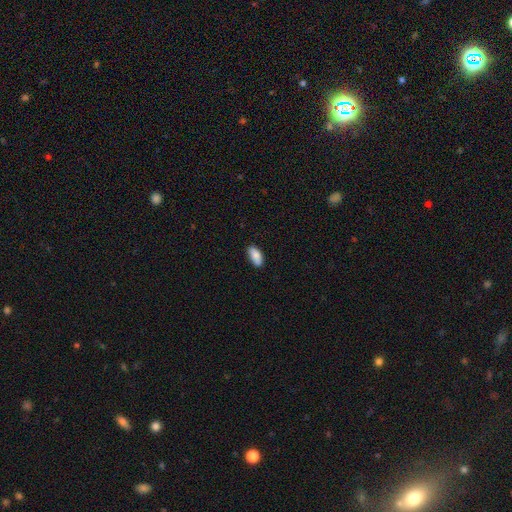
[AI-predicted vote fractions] Smooth or featured: smooth — 88% (star or artifact — 7%)
How rounded: in between — 91% (cigar-shaped — 7%)
Merging: none — 83% (minor disturbance — 14%)